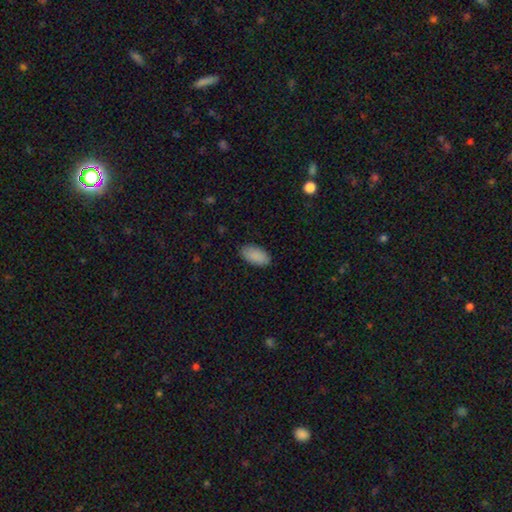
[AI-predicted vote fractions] This is clearly a smooth galaxy (90%). How rounded: clearly in between (95%). Merging: clearly none (88%).